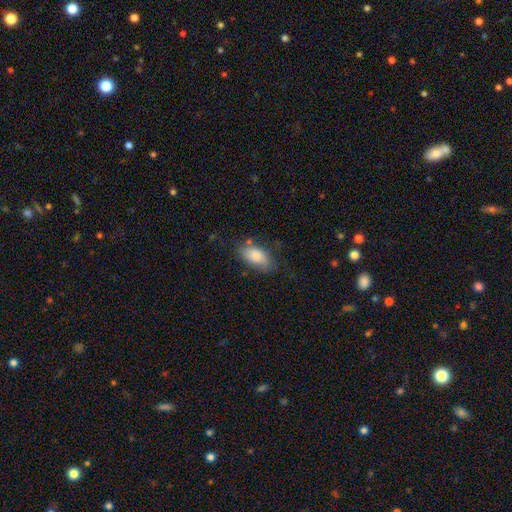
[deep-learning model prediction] The model was most divided on "merging": none: 66%, minor disturbance: 23%, major disturbance: 7%, merger: 4%. More confident: how rounded — in between (92%); smooth or featured — smooth (83%).